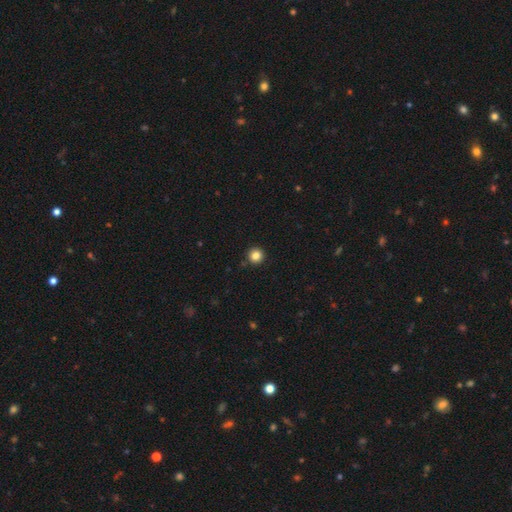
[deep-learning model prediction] smooth_or_featured: smooth (p=0.84) [alt: star or artifact p=0.11]
how_rounded: round (p=0.96) [alt: in between p=0.03]
merging: none (p=0.92) [alt: minor disturbance p=0.05]